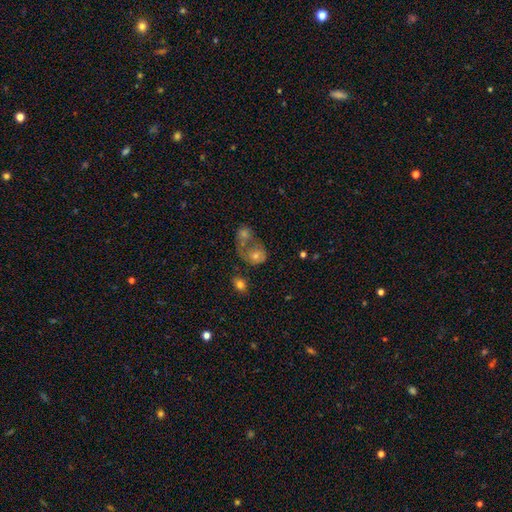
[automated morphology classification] Smooth or featured? smooth (46%)
Merging? merger (57%)